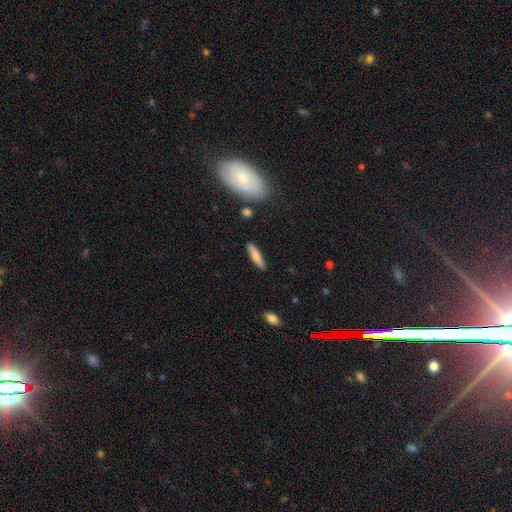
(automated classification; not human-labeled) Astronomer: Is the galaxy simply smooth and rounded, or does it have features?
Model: smooth — 73%.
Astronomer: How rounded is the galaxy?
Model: cigar-shaped — 81%.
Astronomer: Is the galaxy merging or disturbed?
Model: none — 87%.